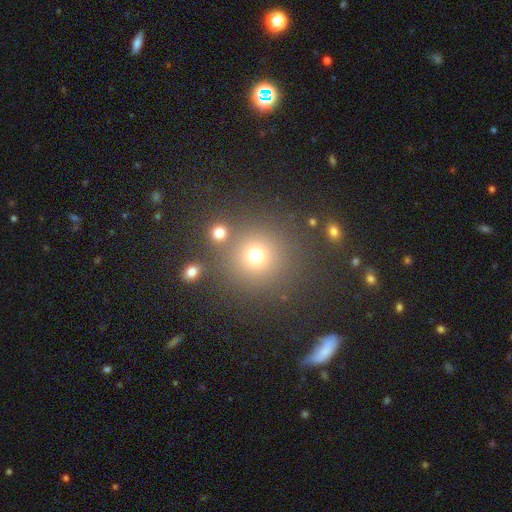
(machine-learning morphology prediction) Smooth or featured: smooth — 72% (star or artifact — 20%)
How rounded: round — 92% (in between — 7%)
Merging: none — 76% (merger — 11%)